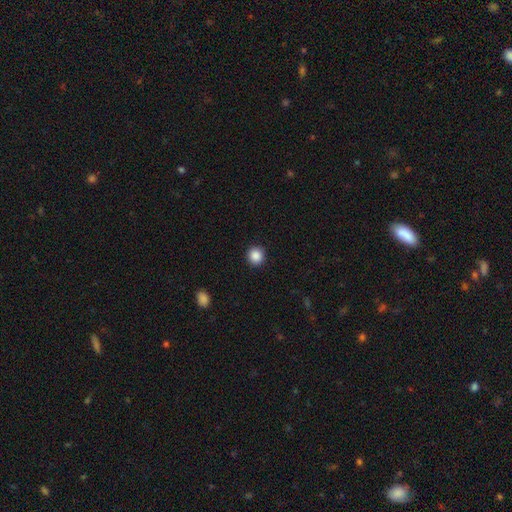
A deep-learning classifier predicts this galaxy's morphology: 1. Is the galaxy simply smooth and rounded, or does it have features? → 88% smooth, 9% star or artifact, 3% featured or disk.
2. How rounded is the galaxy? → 92% round, 7% in between, 1% cigar-shaped.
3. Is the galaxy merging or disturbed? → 92% none, 5% minor disturbance, 2% major disturbance, 1% merger.